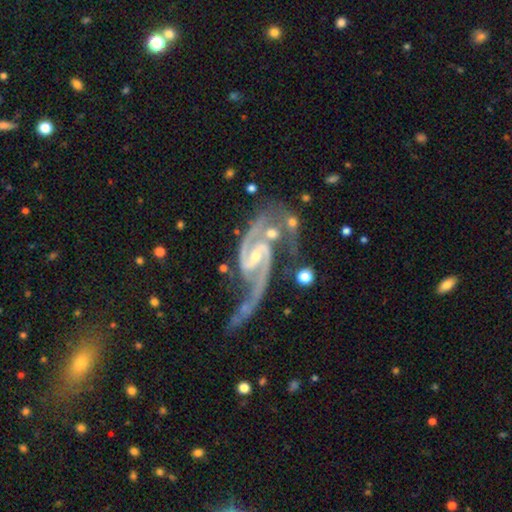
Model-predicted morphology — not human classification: A featured or disk galaxy (93%) with a weak bar (46%), 2 (92%) medium (58%) spiral arms (99%) and a small central bulge (71%). Merging: none (43%).